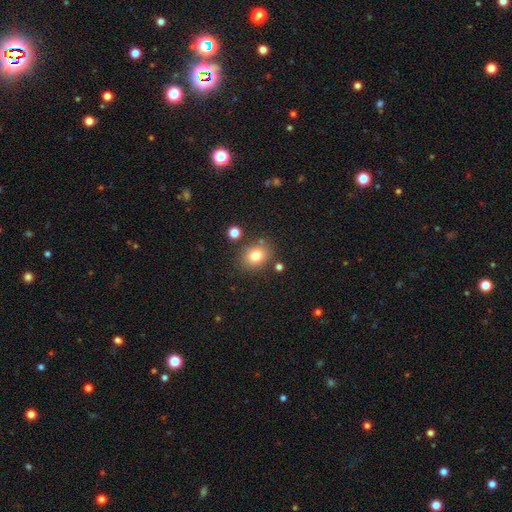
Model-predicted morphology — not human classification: Overall: smooth (79%). How rounded: round (54%; in between 45%). Merging: none (80%).